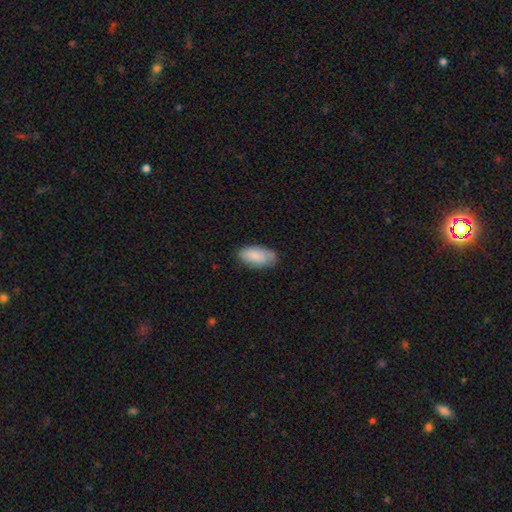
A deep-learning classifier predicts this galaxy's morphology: Smooth or featured?
  - smooth: 83% *
  - featured or disk: 11%
  - star or artifact: 6%
How rounded?
  - in between: 93% *
  - cigar-shaped: 5%
  - round: 2%
Merging?
  - none: 74% *
  - minor disturbance: 21%
  - major disturbance: 4%
  - merger: 1%